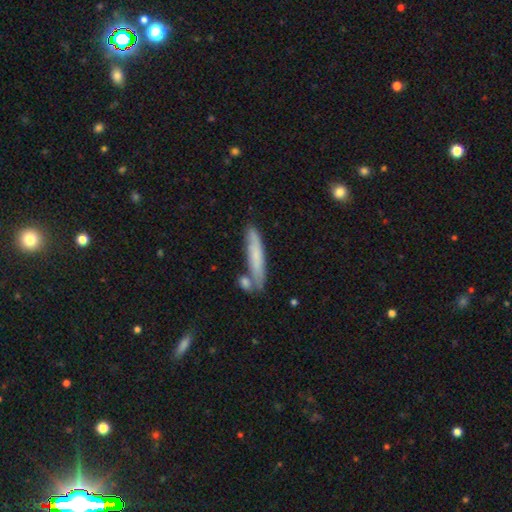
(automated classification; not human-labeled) The model was most divided on "smooth or featured": smooth: 67%, featured or disk: 27%, star or artifact: 6%. More confident: how rounded — cigar-shaped (89%); merging — none (71%).